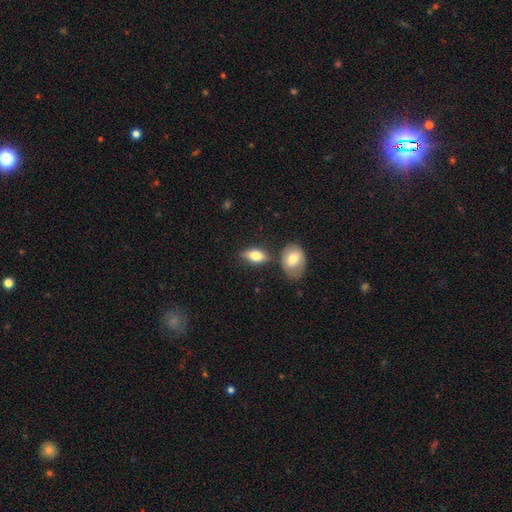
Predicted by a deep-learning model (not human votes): Smooth or featured? Predicted: smooth (p=0.76). How rounded? Predicted: in between (p=0.88). Merging? Predicted: none (p=0.66).